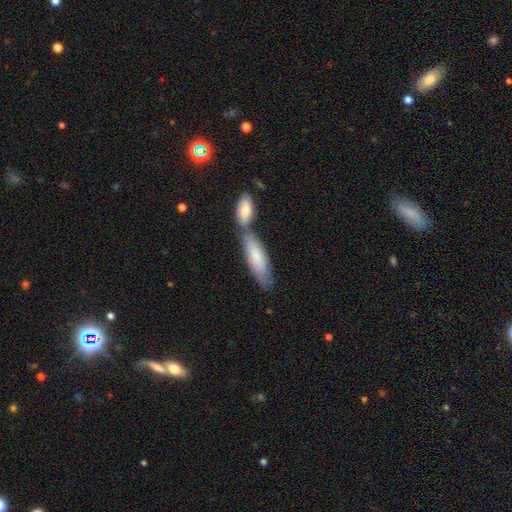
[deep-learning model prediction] Smooth or featured: smooth — 72% (featured or disk — 22%)
How rounded: cigar-shaped — 50% (in between — 49%)
Merging: merger — 45% (none — 41%)